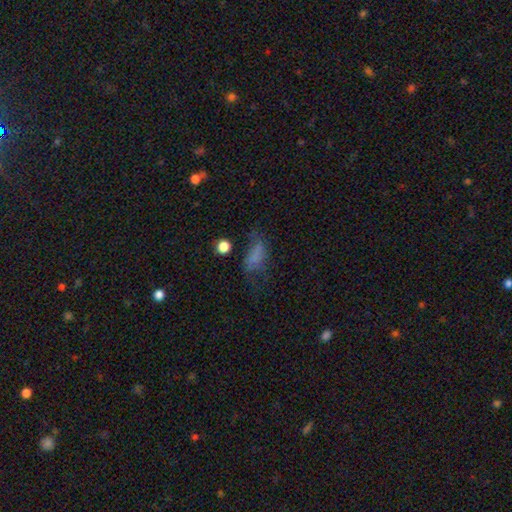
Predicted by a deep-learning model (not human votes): smooth-or-featured: smooth: 62% | featured or disk: 21% | star or artifact: 17%
  how-rounded: in between: 83% | cigar-shaped: 10% | round: 7%
  merging: none: 38% | major disturbance: 32% | minor disturbance: 25% | merger: 4%